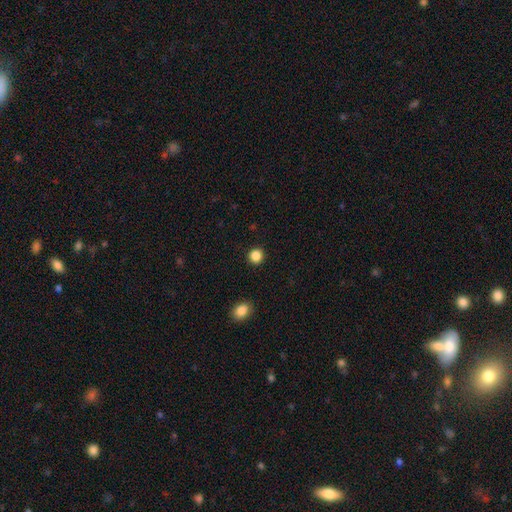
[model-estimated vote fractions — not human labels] smooth-or-featured: smooth: 86% | star or artifact: 11% | featured or disk: 3%
  how-rounded: round: 93% | in between: 7% | cigar-shaped: 1%
  merging: none: 92% | minor disturbance: 5% | major disturbance: 2% | merger: 1%